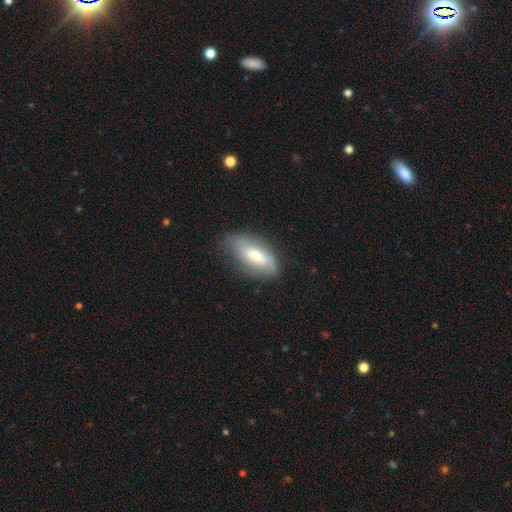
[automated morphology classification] Smooth or featured? smooth (60%)
How rounded? in between (80%)
Merging? none (63%)